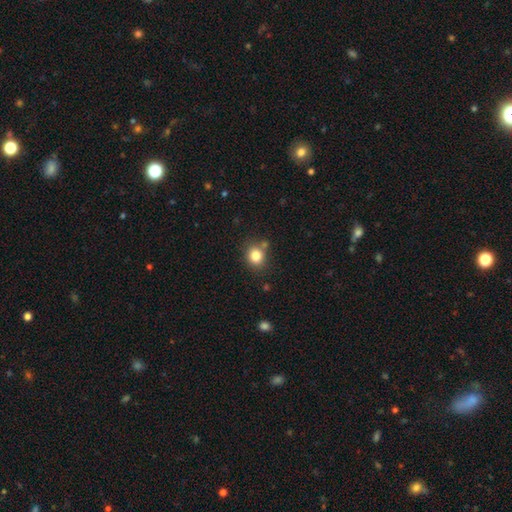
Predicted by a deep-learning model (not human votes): Q: Smooth or featured?
A: smooth (82%); runner-up: star or artifact (11%)
Q: How rounded?
A: round (75%); runner-up: in between (24%)
Q: Merging?
A: none (76%); runner-up: minor disturbance (12%)